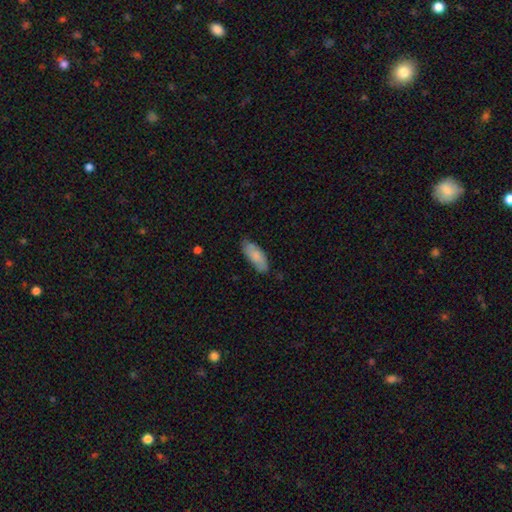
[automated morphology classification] This appears to be a smooth galaxy with no disk features (77%) that is in between round and cigar-shaped (80%). Merging: none (75%).